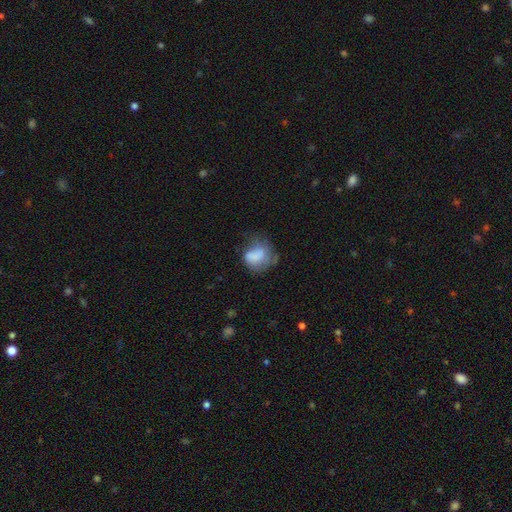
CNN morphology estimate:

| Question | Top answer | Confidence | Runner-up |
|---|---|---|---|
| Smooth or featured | smooth | 63% | featured or disk (28%) |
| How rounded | in between | 52% | round (47%) |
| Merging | major disturbance | 35% | none (30%) |